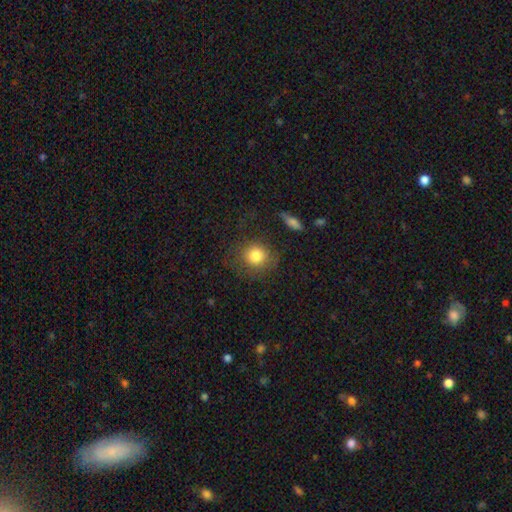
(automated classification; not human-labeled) Smooth or featured?
  - smooth: 81% *
  - star or artifact: 10%
  - featured or disk: 9%
How rounded?
  - round: 86% *
  - in between: 13%
  - cigar-shaped: 1%
Merging?
  - none: 76% *
  - minor disturbance: 15%
  - major disturbance: 7%
  - merger: 2%